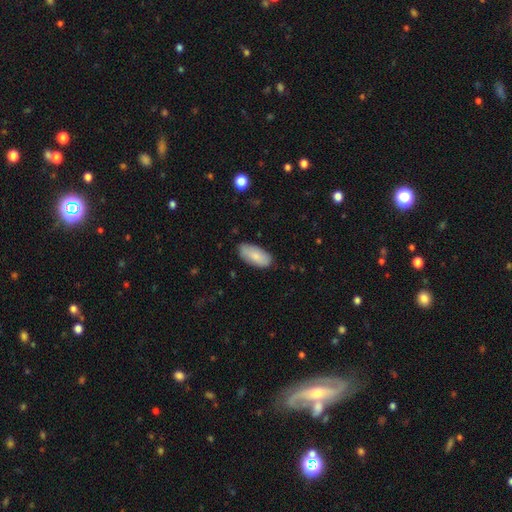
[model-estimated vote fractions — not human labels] A smooth galaxy with no disk features (83%) that is in between round and cigar-shaped (90%). Merging: none (82%).